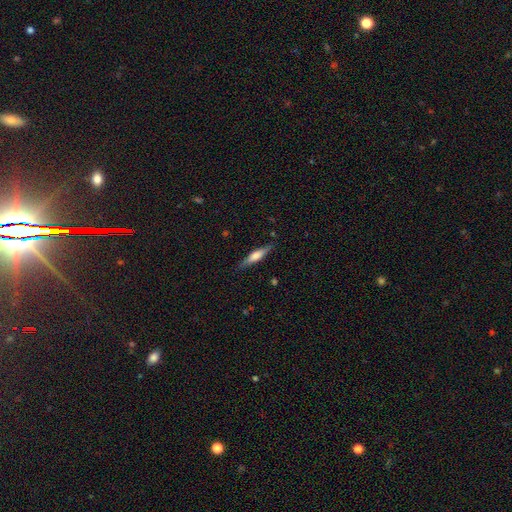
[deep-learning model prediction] Q: Smooth or featured?
A: featured or disk (52%); runner-up: smooth (42%)
Q: Edge-on disk?
A: yes (95%); runner-up: no (5%)
Q: Merging?
A: none (87%); runner-up: minor disturbance (10%)